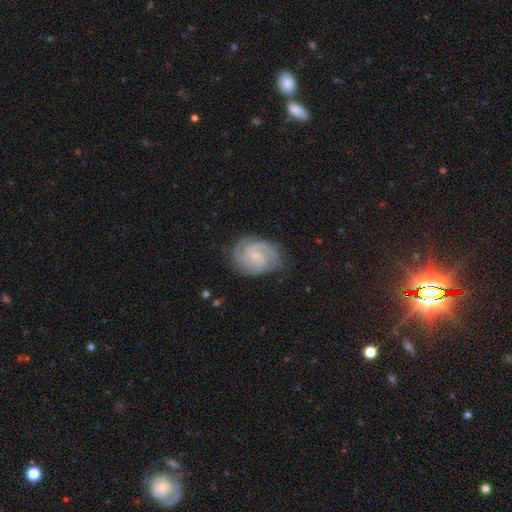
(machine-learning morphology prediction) Smooth or featured?
  - featured or disk: 88% *
  - smooth: 7%
  - star or artifact: 5%
Edge-on disk?
  - no: 98% *
  - yes: 2%
Bar?
  - no: 57% *
  - weak: 37%
  - strong: 7%
Spiral arms?
  - yes: 98% *
  - no: 2%
Spiral winding?
  - tight: 60% *
  - medium: 35%
  - loose: 5%
Spiral arm count?
  - 3: 41% *
  - 2: 32%
  - can't tell: 10%
  - 4: 8%
  - 1: 4%
  - more than 4: 4%
Bulge size?
  - small: 72% *
  - moderate: 15%
  - none: 11%
  - large: 1%
  - dominant: 1%
Merging?
  - none: 80% *
  - minor disturbance: 15%
  - major disturbance: 4%
  - merger: 1%